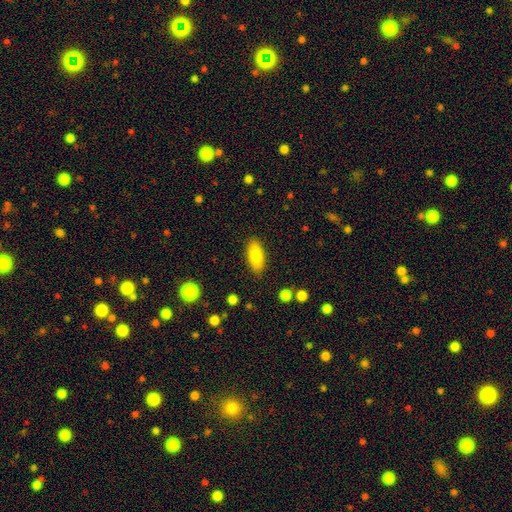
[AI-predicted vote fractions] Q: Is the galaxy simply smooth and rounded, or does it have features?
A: smooth — 83%.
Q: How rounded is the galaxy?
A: in between — 81%.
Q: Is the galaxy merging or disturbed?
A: none — 87%.